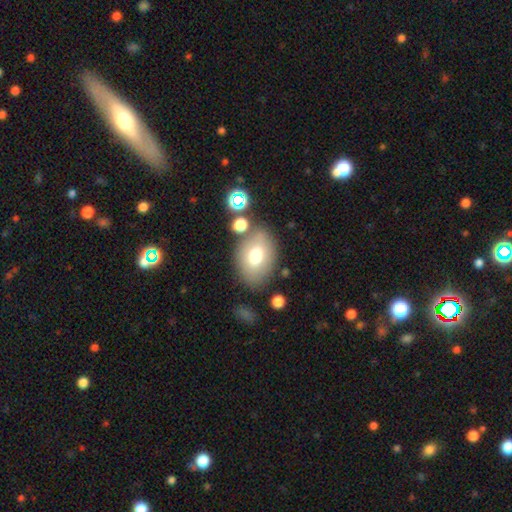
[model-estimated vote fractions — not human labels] Smooth or featured: smooth — 70% (featured or disk — 19%)
How rounded: in between — 77% (round — 22%)
Merging: none — 72% (minor disturbance — 14%)